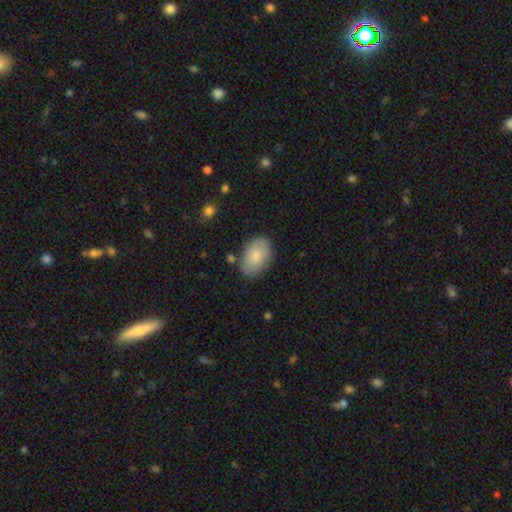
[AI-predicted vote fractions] Smooth or featured? Predicted: smooth (p=0.80). How rounded? Predicted: in between (p=0.91). Merging? Predicted: none (p=0.79).